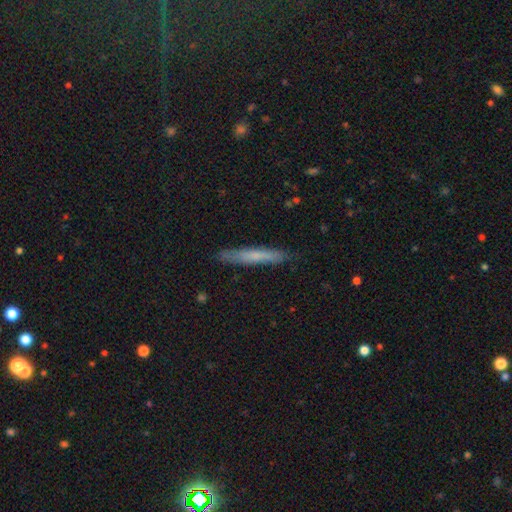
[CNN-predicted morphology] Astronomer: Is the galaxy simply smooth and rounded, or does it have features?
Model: smooth — 63%.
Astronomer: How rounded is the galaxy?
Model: cigar-shaped — 95%.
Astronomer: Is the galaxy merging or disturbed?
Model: none — 88%.